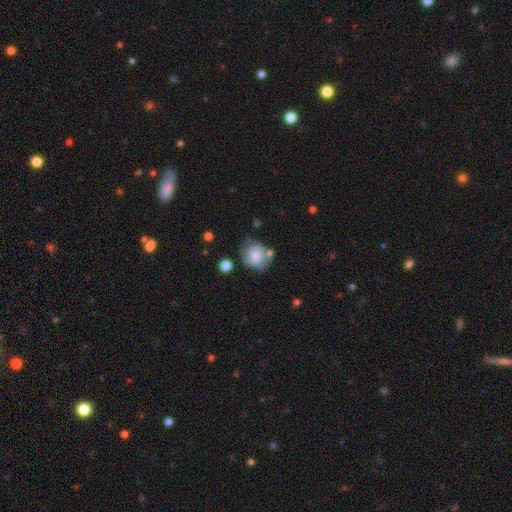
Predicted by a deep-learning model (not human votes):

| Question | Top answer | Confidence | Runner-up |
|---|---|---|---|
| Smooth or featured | smooth | 50% | featured or disk (42%) |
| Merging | none | 52% | minor disturbance (26%) |